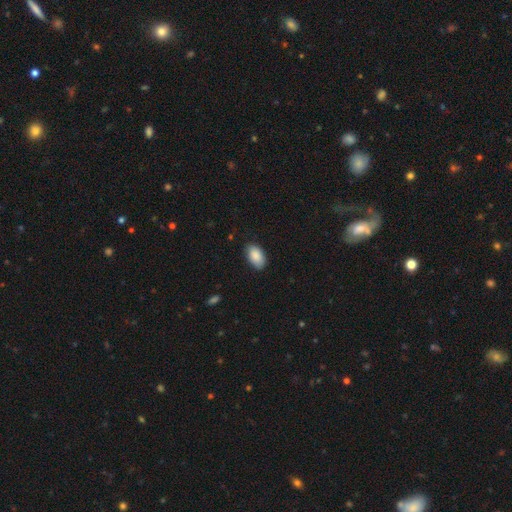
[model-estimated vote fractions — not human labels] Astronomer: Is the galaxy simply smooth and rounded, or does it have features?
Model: smooth — 88%.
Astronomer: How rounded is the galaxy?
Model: in between — 94%.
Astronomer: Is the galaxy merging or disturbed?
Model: none — 82%.